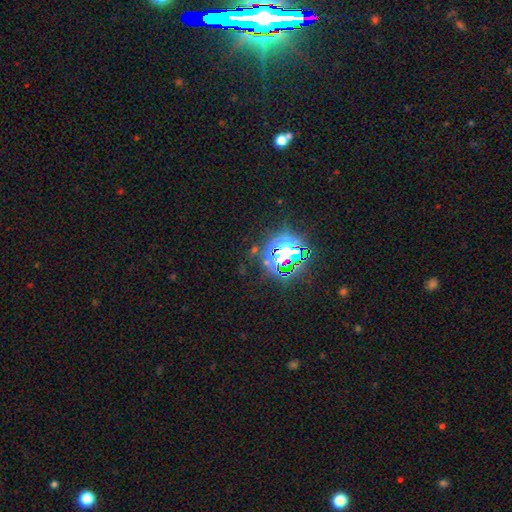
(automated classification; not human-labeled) A star or artifact, not a galaxy (84%).

Vote fractions:
- Smooth or featured? star or artifact: 84% / smooth: 10% / featured or disk: 6%